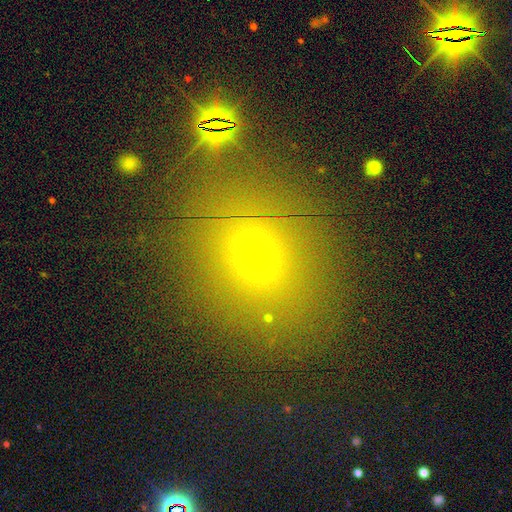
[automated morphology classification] smooth 60%, star or artifact 28%, featured or disk 12%. Down the decision tree: how rounded — round (68%); merging — none (74%).